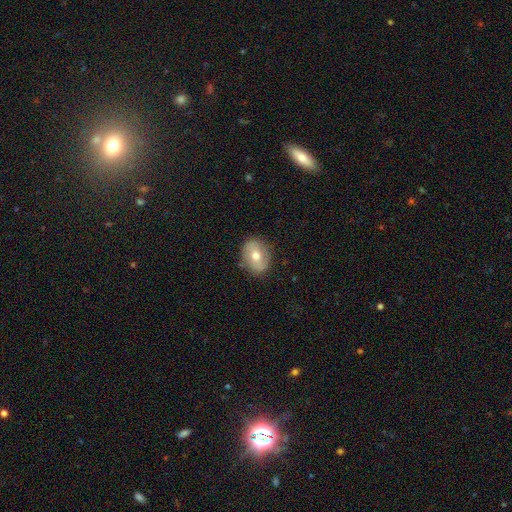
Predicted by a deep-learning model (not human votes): Smooth or featured: smooth — 57% (featured or disk — 35%)
How rounded: in between — 53% (round — 46%)
Merging: none — 81% (minor disturbance — 14%)